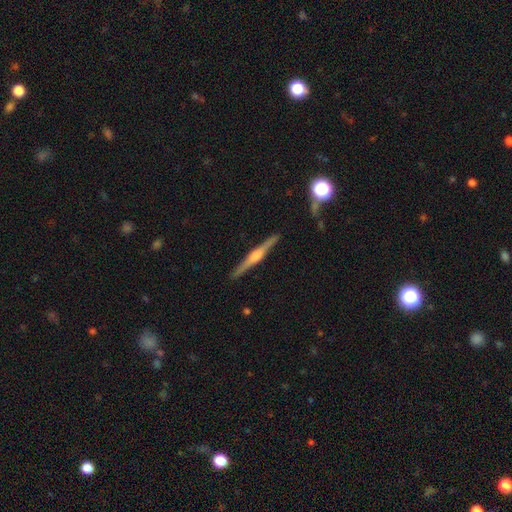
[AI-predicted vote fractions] A featured or disk galaxy (81%) viewed edge-on (98%) with a rounded central bulge (83%).

Vote fractions:
- Smooth or featured? featured or disk: 81% / smooth: 14% / star or artifact: 6%
- Edge-on disk? yes: 98% / no: 2%
- Edge-on bulge? rounded: 83% / boxy: 12% / none: 5%
- Merging? none: 90% / minor disturbance: 7% / major disturbance: 2% / merger: 1%